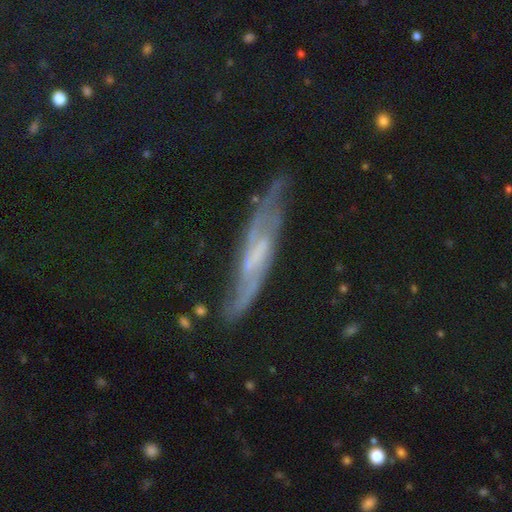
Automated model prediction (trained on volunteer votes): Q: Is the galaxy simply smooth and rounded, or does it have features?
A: featured or disk — 75%.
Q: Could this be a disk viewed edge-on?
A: no — 61%.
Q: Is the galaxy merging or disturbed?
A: none — 67%.